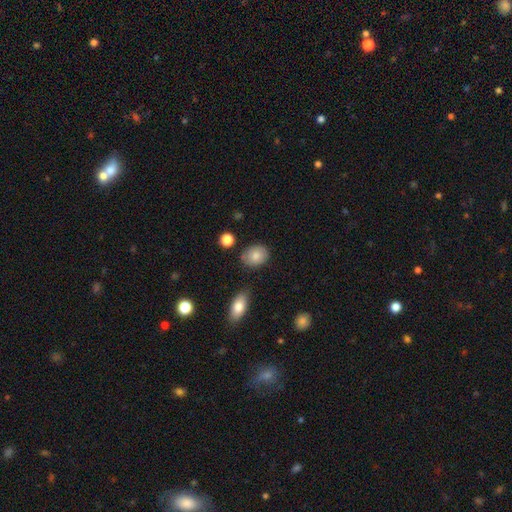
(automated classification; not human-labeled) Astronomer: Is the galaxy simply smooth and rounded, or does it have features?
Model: smooth — 84%.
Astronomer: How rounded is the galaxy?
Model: in between — 57% (runner-up: round, 42%).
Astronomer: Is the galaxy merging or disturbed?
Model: none — 79%.